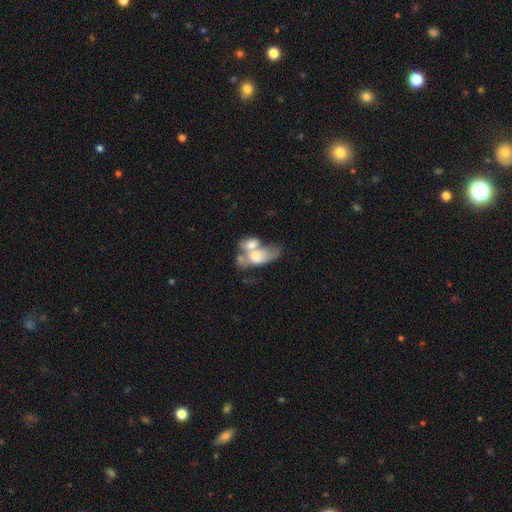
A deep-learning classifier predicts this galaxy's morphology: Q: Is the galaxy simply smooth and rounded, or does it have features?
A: smooth — 53%.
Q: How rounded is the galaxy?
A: in between — 88%.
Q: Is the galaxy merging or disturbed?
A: merger — 69%.